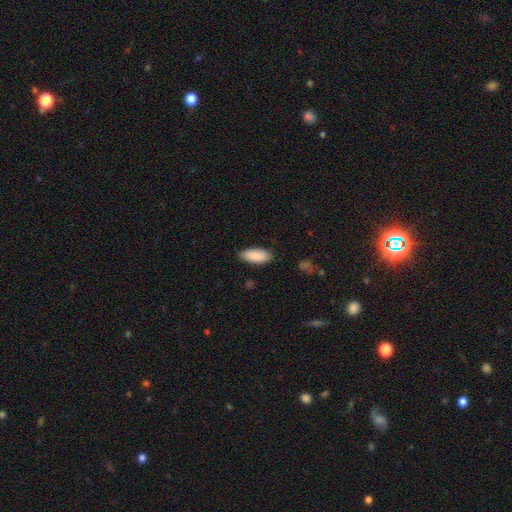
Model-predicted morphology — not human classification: Smooth or featured? smooth (89%)
How rounded? in between (87%)
Merging? none (85%)